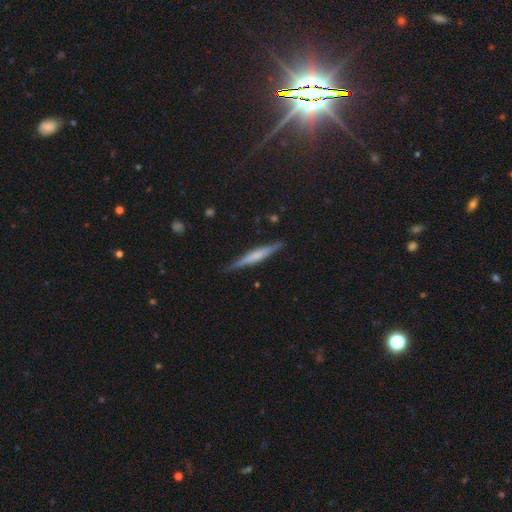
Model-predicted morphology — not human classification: This appears to be a featured or disk galaxy (51%) viewed edge-on (97%). Merging: none (87%).